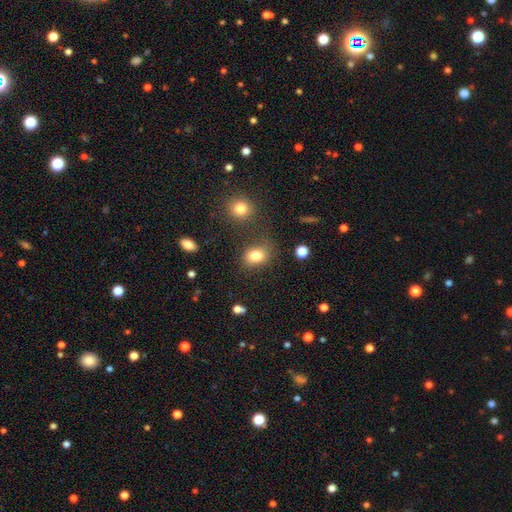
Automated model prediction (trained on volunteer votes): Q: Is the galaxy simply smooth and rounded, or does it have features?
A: smooth — 80%.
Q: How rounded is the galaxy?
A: in between — 60%.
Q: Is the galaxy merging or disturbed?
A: none — 70%.